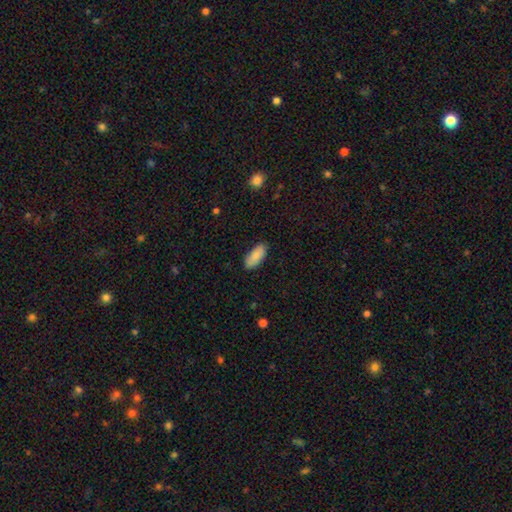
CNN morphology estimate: Smooth or featured?
  - smooth: 87% *
  - featured or disk: 7%
  - star or artifact: 6%
How rounded?
  - in between: 86% *
  - cigar-shaped: 13%
  - round: 2%
Merging?
  - none: 86% *
  - minor disturbance: 11%
  - major disturbance: 2%
  - merger: 1%